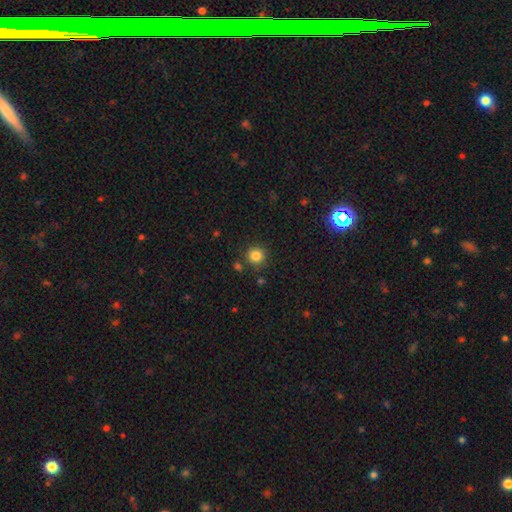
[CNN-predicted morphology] Smooth or featured?
  - smooth: 84% *
  - star or artifact: 12%
  - featured or disk: 4%
How rounded?
  - round: 92% *
  - in between: 7%
  - cigar-shaped: 1%
Merging?
  - none: 86% *
  - minor disturbance: 8%
  - merger: 4%
  - major disturbance: 3%